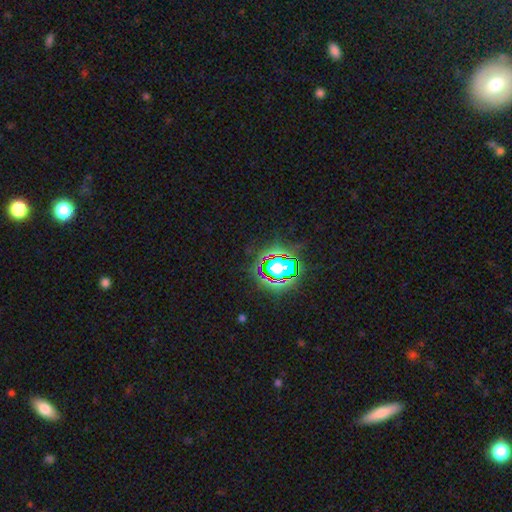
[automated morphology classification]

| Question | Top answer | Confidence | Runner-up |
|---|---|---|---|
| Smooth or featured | star or artifact | 78% | smooth (13%) |